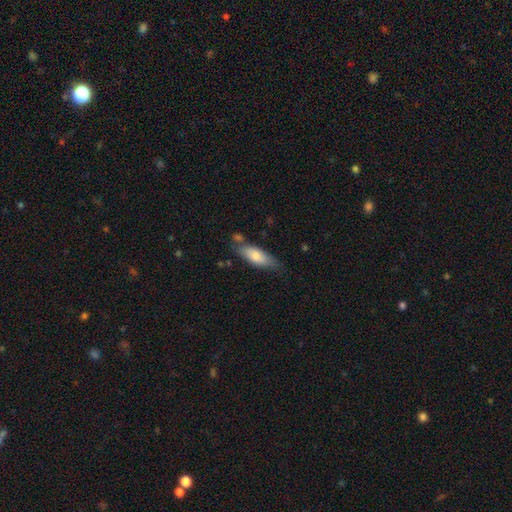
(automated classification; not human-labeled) Smooth or featured?
  - smooth: 76% *
  - featured or disk: 18%
  - star or artifact: 6%
How rounded?
  - in between: 63% *
  - cigar-shaped: 35%
  - round: 2%
Merging?
  - none: 63% *
  - minor disturbance: 23%
  - merger: 9%
  - major disturbance: 6%